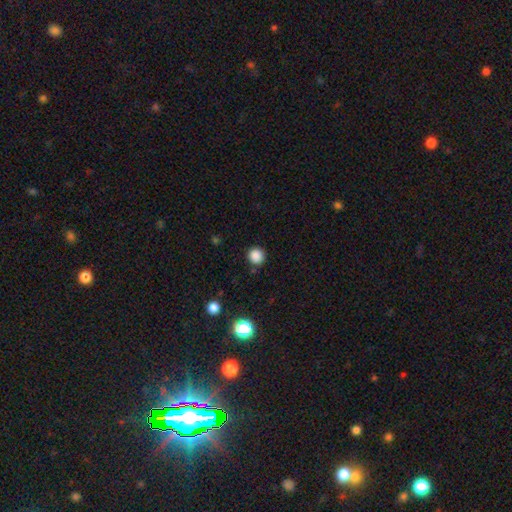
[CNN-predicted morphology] This appears to be a smooth galaxy with no disk features (85%) that is round (92%). Merging: none (88%).